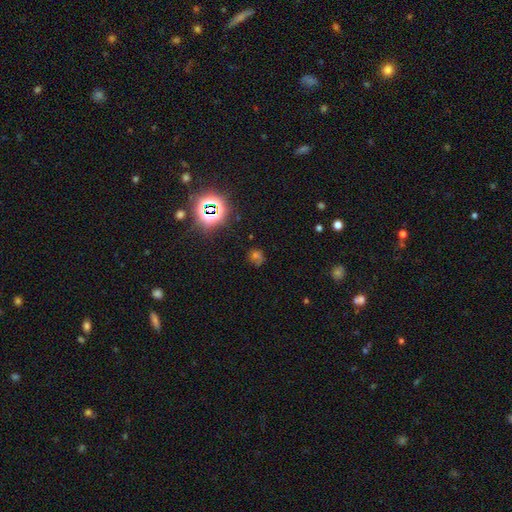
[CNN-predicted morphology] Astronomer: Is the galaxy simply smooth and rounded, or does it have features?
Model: star or artifact — 51% (runner-up: smooth, 37%).